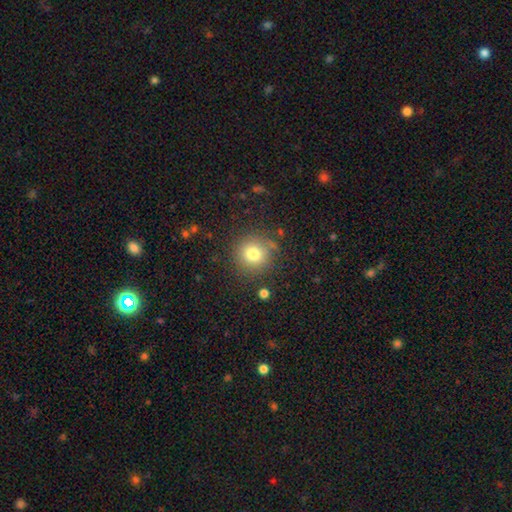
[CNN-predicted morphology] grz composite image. It shows a smooth galaxy with no disk features (78%) that is round (93%). Merging: none (86%).